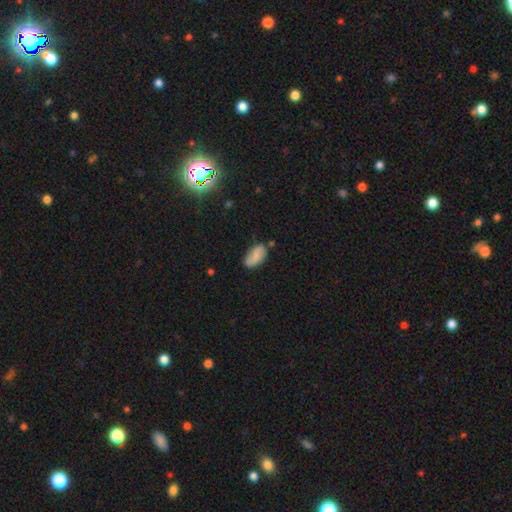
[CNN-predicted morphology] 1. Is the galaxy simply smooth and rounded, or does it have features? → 71% smooth, 20% featured or disk, 9% star or artifact.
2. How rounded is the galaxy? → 92% in between, 4% round, 3% cigar-shaped.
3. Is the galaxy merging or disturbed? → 68% none, 23% minor disturbance, 5% major disturbance, 4% merger.